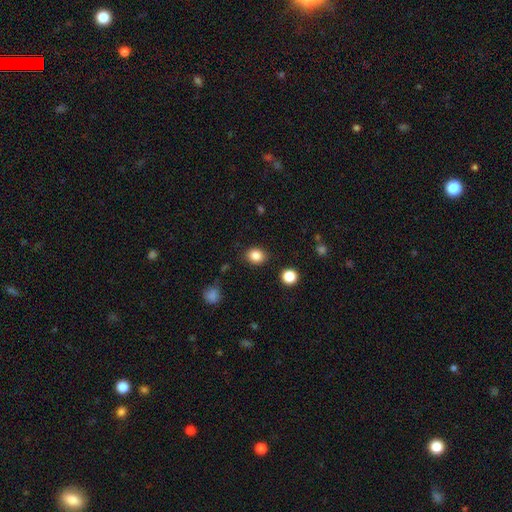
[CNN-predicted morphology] Smooth or featured: smooth — 85% (star or artifact — 10%)
How rounded: round — 58% (in between — 41%)
Merging: none — 85% (minor disturbance — 10%)